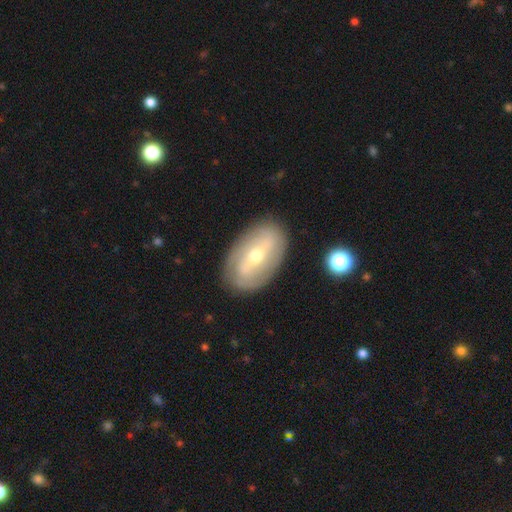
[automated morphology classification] featured or disk 68%, smooth 25%, star or artifact 7%. Down the decision tree: edge-on disk — no (92%); bar — weak (40%); spiral arms — yes (65%); bulge size — moderate (61%); merging — none (84%).